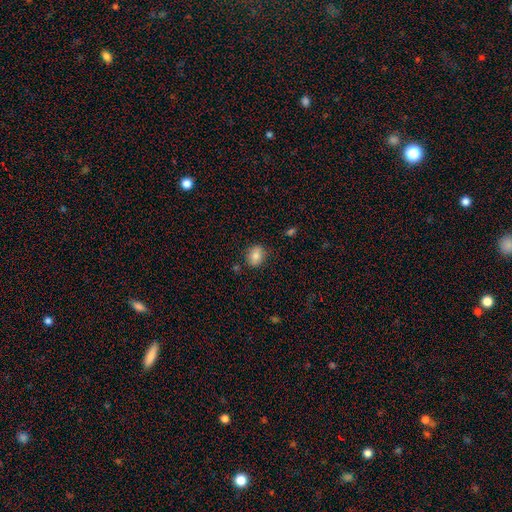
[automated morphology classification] Smooth or featured? smooth (82%)
How rounded? round (54%)
Merging? none (81%)